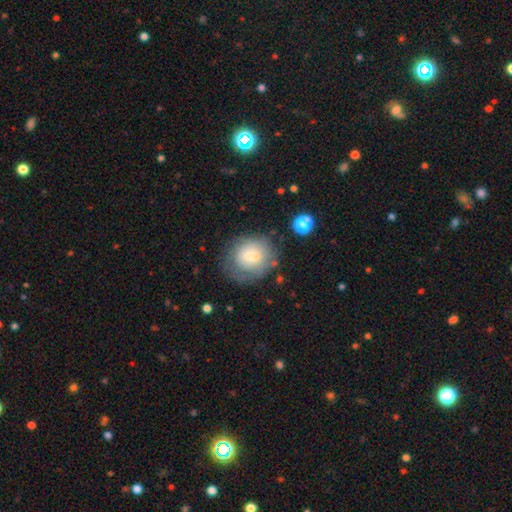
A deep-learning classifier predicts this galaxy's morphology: smooth_or_featured: smooth (p=0.66) [alt: featured or disk p=0.25]
how_rounded: round (p=0.75) [alt: in between p=0.24]
merging: none (p=0.60) [alt: minor disturbance p=0.22]